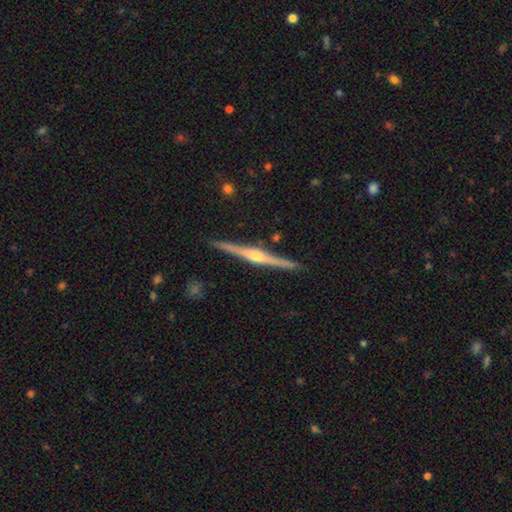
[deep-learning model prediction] featured or disk 87%, smooth 9%, star or artifact 5%. Down the decision tree: edge-on disk — yes (99%); edge-on bulge — rounded (89%); merging — none (92%).